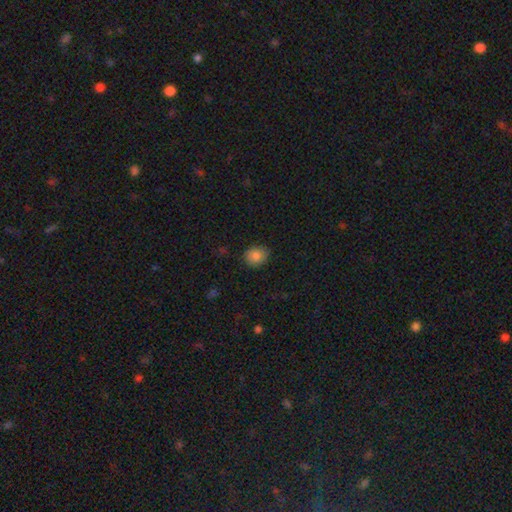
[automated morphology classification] type=smooth (85%); roundness=round (64%); merging=none (85%).